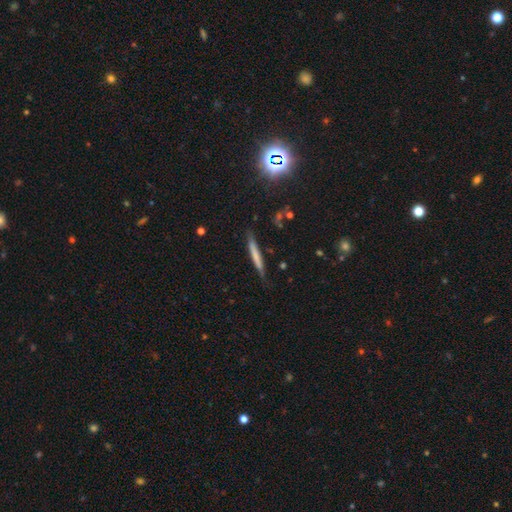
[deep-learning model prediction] This appears to be a smooth galaxy with no disk features (63%) that is cigar-shaped (95%). Merging: none (81%).